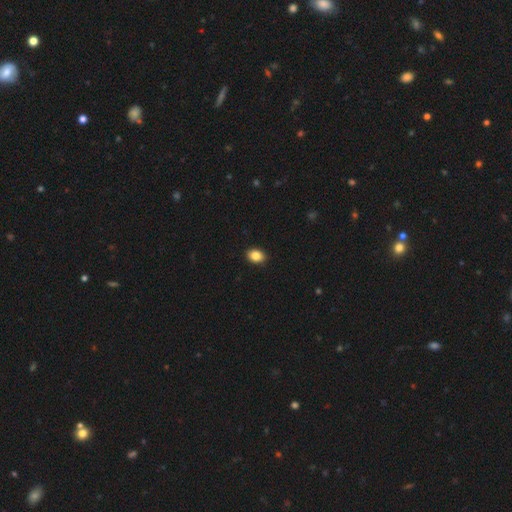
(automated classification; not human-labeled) smooth_or_featured: smooth (p=0.87) [alt: star or artifact p=0.09]
how_rounded: in between (p=0.74) [alt: round p=0.25]
merging: none (p=0.90) [alt: minor disturbance p=0.07]